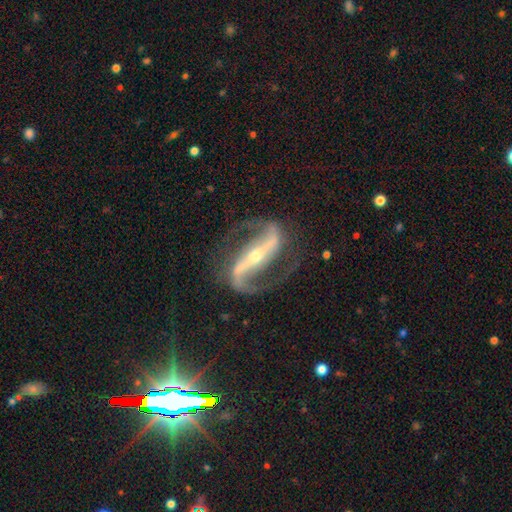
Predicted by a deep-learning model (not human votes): smooth_or_featured: featured or disk (p=0.93) [alt: star or artifact p=0.05]
disk_edge_on: no (p=0.93) [alt: yes p=0.07]
bar: strong (p=0.80) [alt: weak p=0.12]
has_spiral_arms: yes (p=0.98) [alt: no p=0.02]
spiral_winding: medium (p=0.49) [alt: loose p=0.35]
spiral_arm_count: 2 (p=0.94) [alt: 1 p=0.02]
bulge_size: small (p=0.63) [alt: moderate p=0.33]
merging: none (p=0.80) [alt: minor disturbance p=0.12]